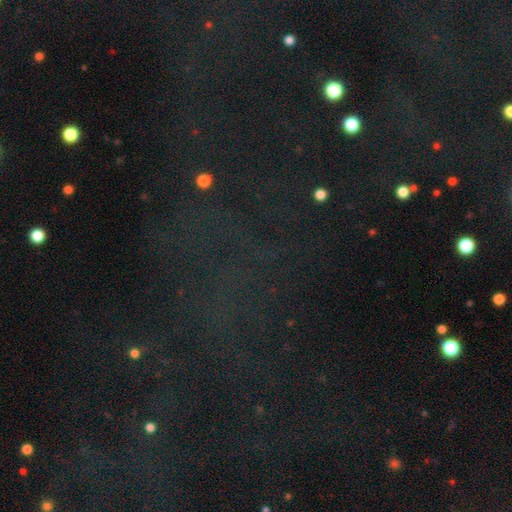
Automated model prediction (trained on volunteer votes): A star or artifact, not a galaxy (72%).